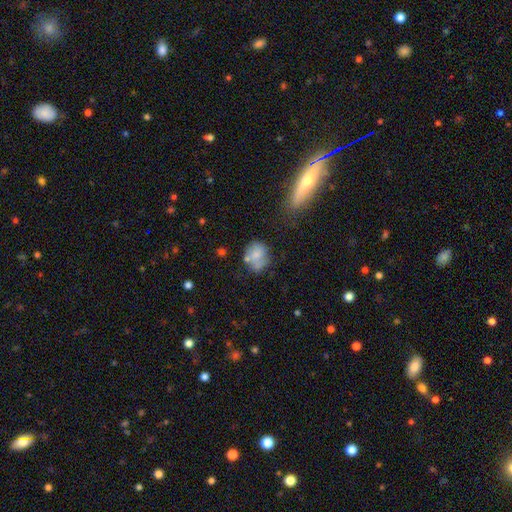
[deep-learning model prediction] A smooth galaxy with no disk features (66%) that is round (53%).

Vote fractions:
- Smooth or featured? smooth: 66% / featured or disk: 24% / star or artifact: 10%
- How rounded? round: 53% / in between: 46% / cigar-shaped: 1%
- Merging? none: 47% / minor disturbance: 24% / merger: 17% / major disturbance: 11%